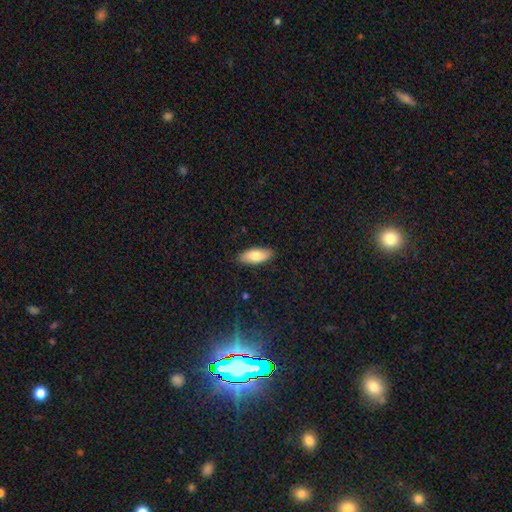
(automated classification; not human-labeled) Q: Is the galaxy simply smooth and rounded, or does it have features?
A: smooth — 80%.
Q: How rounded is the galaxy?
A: in between — 84%.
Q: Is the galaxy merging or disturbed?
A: none — 87%.